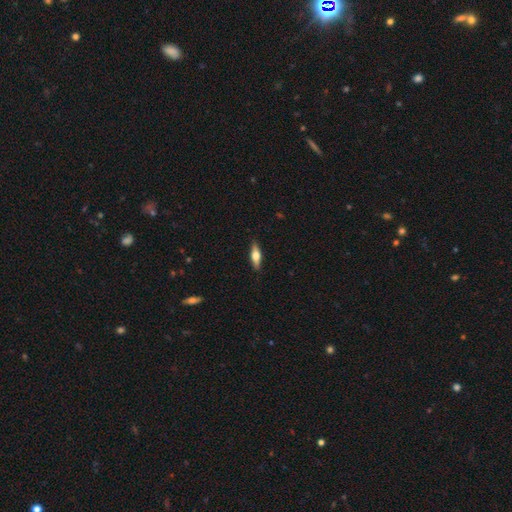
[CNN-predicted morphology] The model was most divided on "smooth or featured": featured or disk: 52%, smooth: 42%, star or artifact: 6%. More confident: edge-on disk — yes (93%); merging — none (89%).